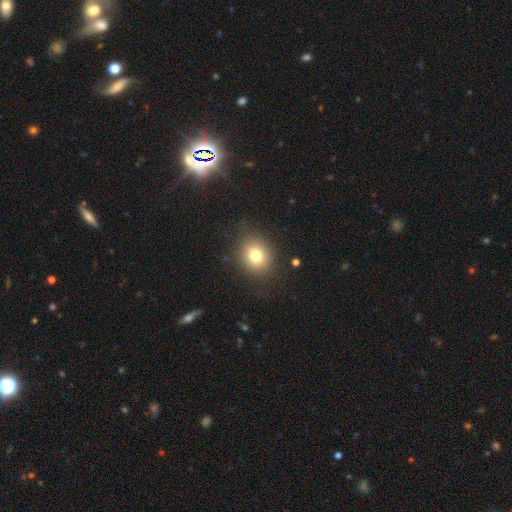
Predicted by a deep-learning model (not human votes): Q: Smooth or featured?
A: smooth (77%); runner-up: star or artifact (12%)
Q: How rounded?
A: round (69%); runner-up: in between (30%)
Q: Merging?
A: none (84%); runner-up: minor disturbance (11%)